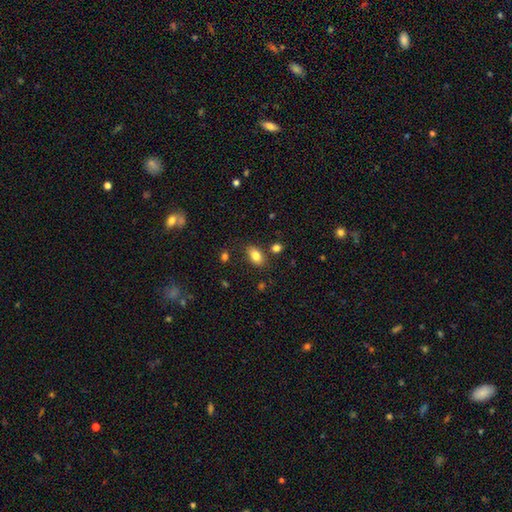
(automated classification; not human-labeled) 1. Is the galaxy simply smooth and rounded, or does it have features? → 82% smooth, 9% star or artifact, 9% featured or disk.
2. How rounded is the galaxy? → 87% in between, 11% round, 2% cigar-shaped.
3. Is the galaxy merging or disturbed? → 80% none, 12% minor disturbance, 5% merger, 3% major disturbance.